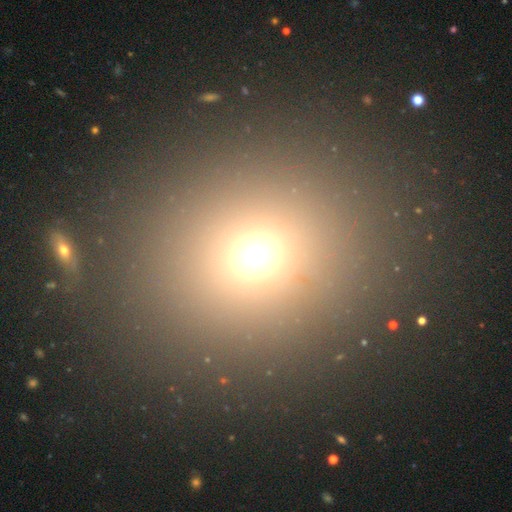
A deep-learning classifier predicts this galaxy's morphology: The model was most divided on "smooth or featured": smooth: 67%, star or artifact: 25%, featured or disk: 8%. More confident: merging — none (85%); how rounded — round (81%).